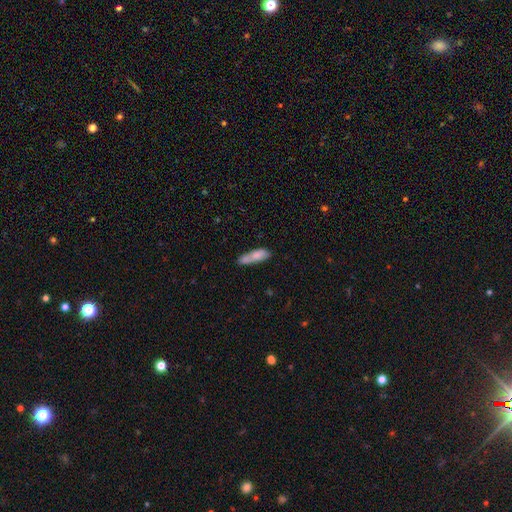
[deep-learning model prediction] Morphology: type=smooth (77%); roundness=cigar-shaped (53%); merging=none (53%).